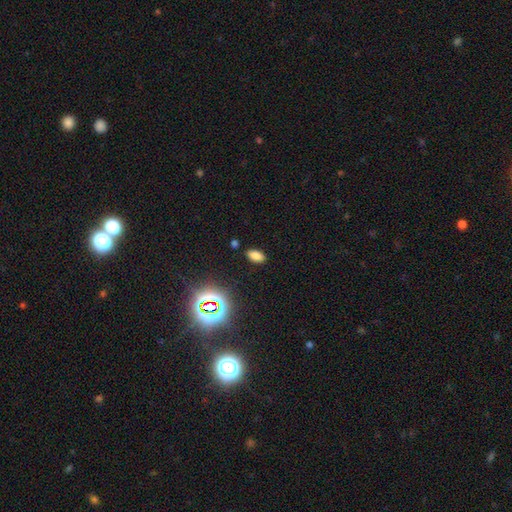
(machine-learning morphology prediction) This is likely a smooth galaxy (74%). How rounded: clearly in between (91%). Merging: clearly none (87%).